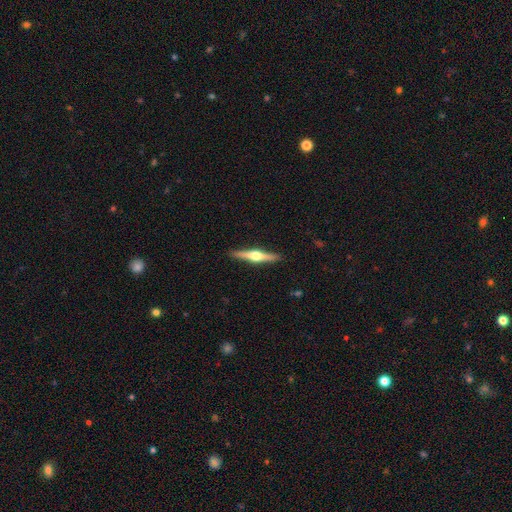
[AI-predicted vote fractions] Smooth or featured?
  - featured or disk: 73% *
  - smooth: 22%
  - star or artifact: 5%
Edge-on disk?
  - yes: 98% *
  - no: 2%
Edge-on bulge?
  - rounded: 95% *
  - boxy: 3%
  - none: 2%
Merging?
  - none: 91% *
  - minor disturbance: 6%
  - major disturbance: 1%
  - merger: 1%